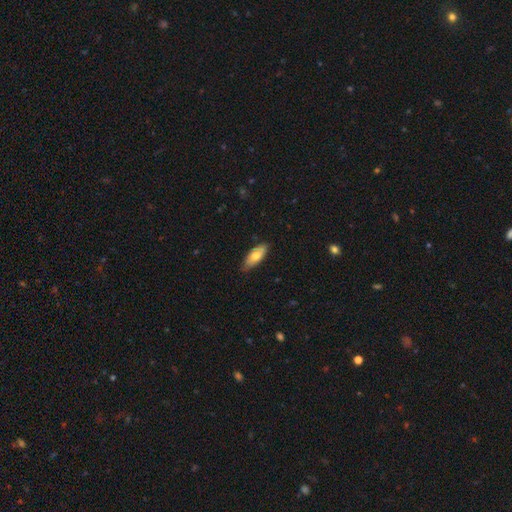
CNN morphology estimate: Q: Smooth or featured?
A: smooth (70%); runner-up: featured or disk (24%)
Q: How rounded?
A: in between (81%); runner-up: cigar-shaped (17%)
Q: Merging?
A: none (80%); runner-up: minor disturbance (17%)